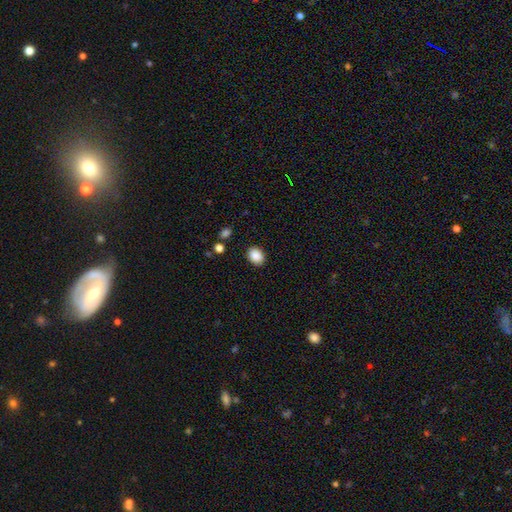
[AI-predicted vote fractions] Smooth or featured? Predicted: smooth (p=0.88). How rounded? Predicted: in between (p=0.59). Merging? Predicted: none (p=0.89).